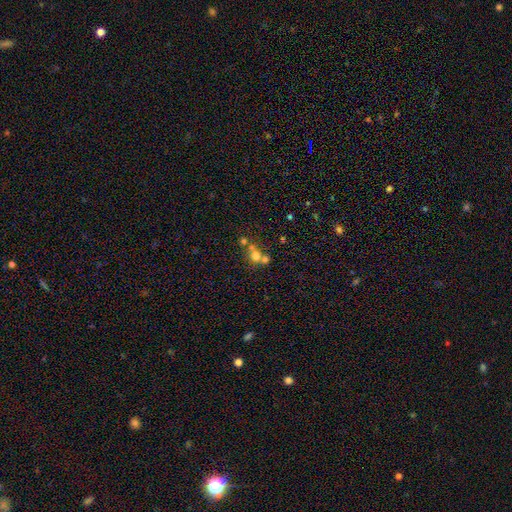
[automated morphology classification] Q: Smooth or featured?
A: smooth (61%); runner-up: star or artifact (20%)
Q: How rounded?
A: round (73%); runner-up: in between (25%)
Q: Merging?
A: merger (49%); runner-up: none (38%)